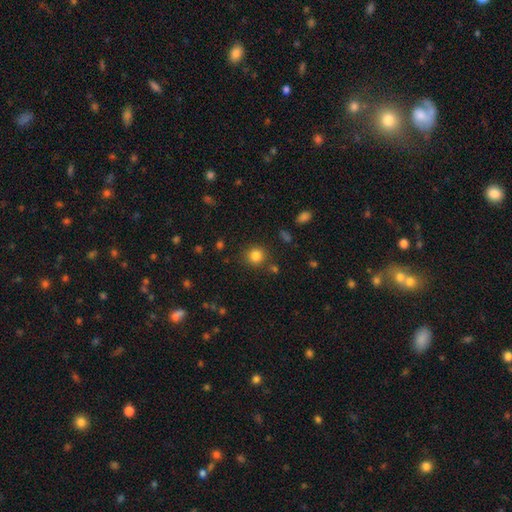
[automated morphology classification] The model was most divided on "smooth or featured": smooth: 83%, star or artifact: 12%, featured or disk: 5%. More confident: how rounded — round (89%); merging — none (84%).